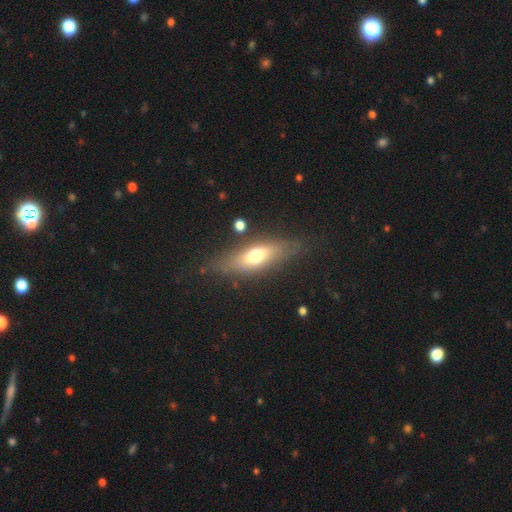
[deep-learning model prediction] A smooth galaxy with no disk features (56%) that is in between round and cigar-shaped (57%). Merging: none (77%).